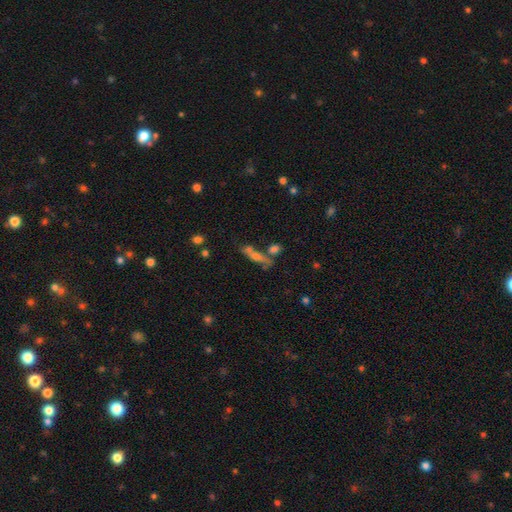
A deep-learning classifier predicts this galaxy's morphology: Overall: smooth (42%; featured or disk 40%). Merging: none (51%; merger 24%).